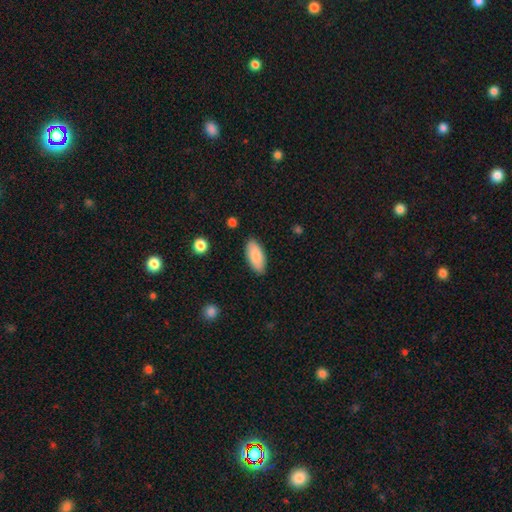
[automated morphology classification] Overall: smooth (86%). How rounded: in between (88%). Merging: none (87%).